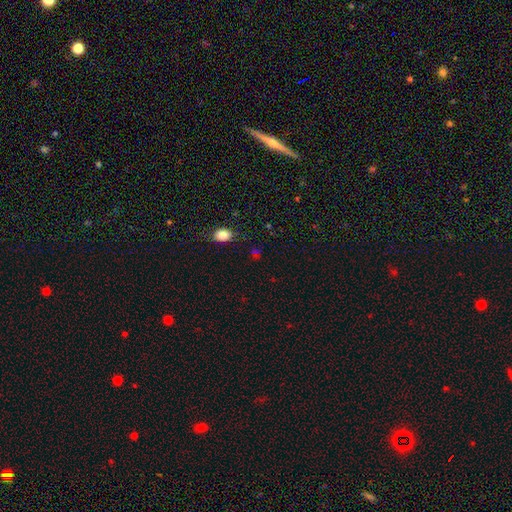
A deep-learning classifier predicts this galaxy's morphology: Smooth or featured?
  - smooth: 68% *
  - star or artifact: 26%
  - featured or disk: 6%
How rounded?
  - in between: 50% *
  - round: 48%
  - cigar-shaped: 2%
Merging?
  - none: 80% *
  - minor disturbance: 12%
  - major disturbance: 5%
  - merger: 3%